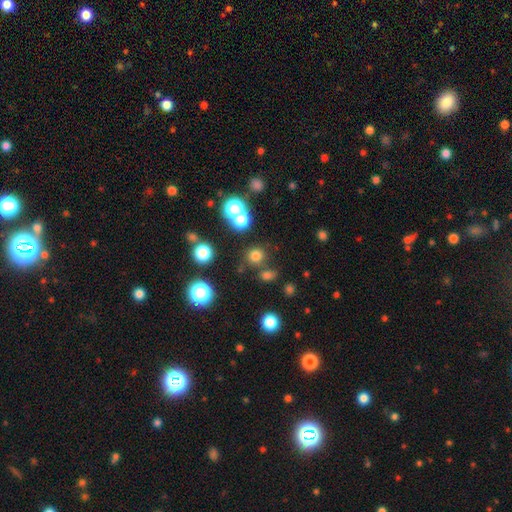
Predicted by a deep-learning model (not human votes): Morphology: type=smooth (72%); roundness=round (88%); merging=none (74%).